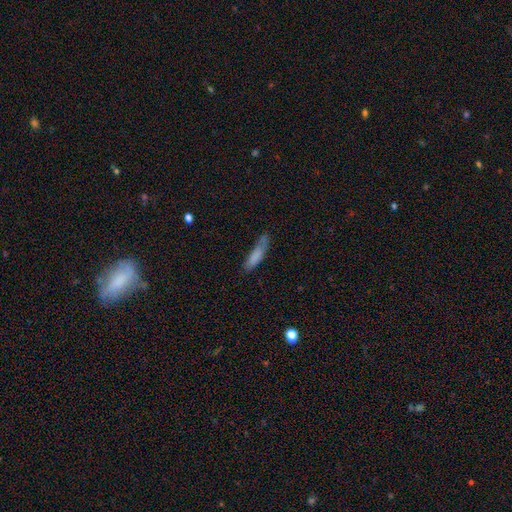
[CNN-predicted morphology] smooth-or-featured: smooth: 80% | featured or disk: 13% | star or artifact: 7%
  how-rounded: cigar-shaped: 71% | in between: 27% | round: 2%
  merging: none: 57% | minor disturbance: 29% | major disturbance: 9% | merger: 4%